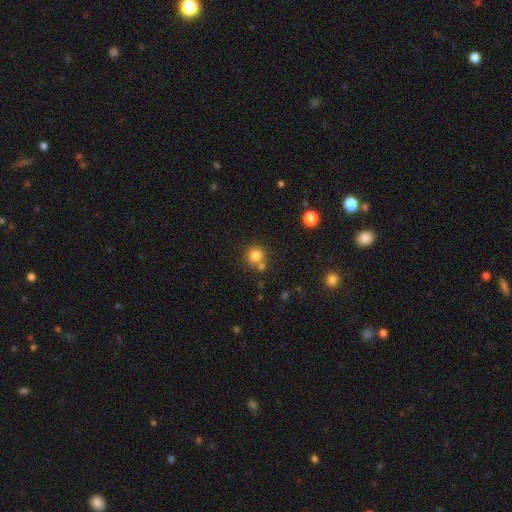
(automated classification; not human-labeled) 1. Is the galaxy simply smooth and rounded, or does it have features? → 80% smooth, 12% star or artifact, 8% featured or disk.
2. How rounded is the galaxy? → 91% round, 8% in between, 1% cigar-shaped.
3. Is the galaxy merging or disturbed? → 65% none, 22% merger, 10% minor disturbance, 3% major disturbance.